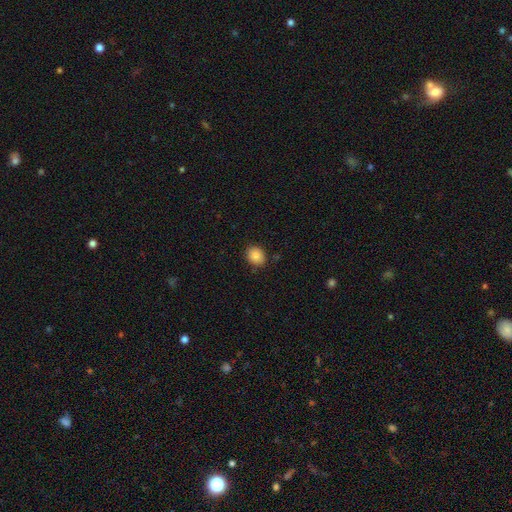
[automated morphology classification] Smooth or featured? smooth (85%)
How rounded? round (67%)
Merging? none (86%)